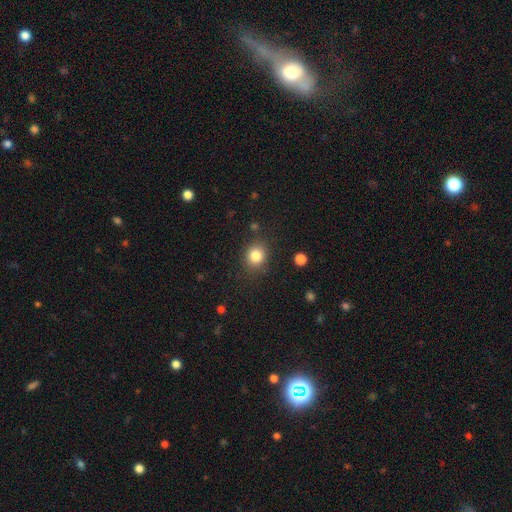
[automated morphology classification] Smooth or featured: smooth — 82% (star or artifact — 11%)
How rounded: round — 73% (in between — 26%)
Merging: none — 85% (minor disturbance — 10%)